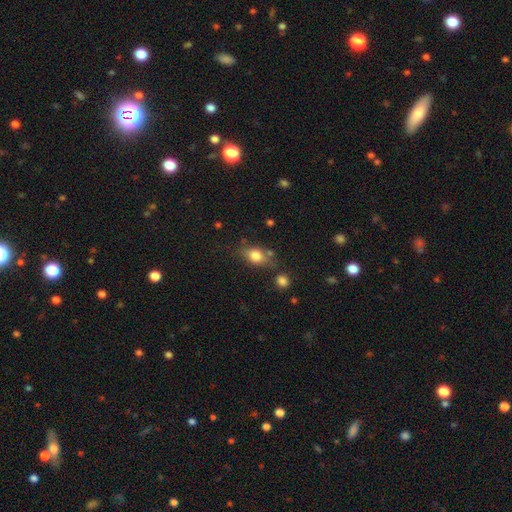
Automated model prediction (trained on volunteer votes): This appears to be a smooth galaxy with no disk features (77%) that is in between round and cigar-shaped (68%). Merging: none (64%).